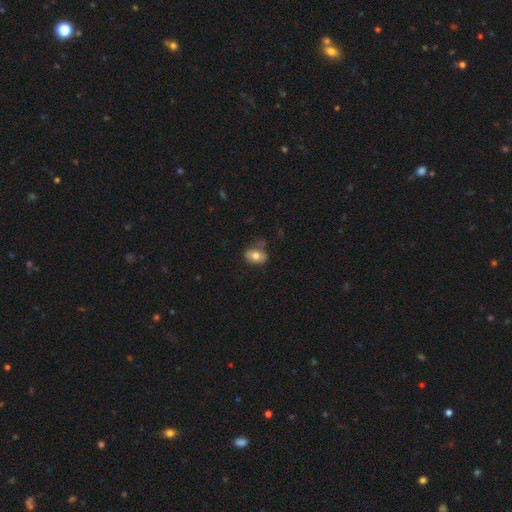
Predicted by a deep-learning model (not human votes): A smooth galaxy with no disk features (74%) that is in between round and cigar-shaped (80%). Merging: none (62%).